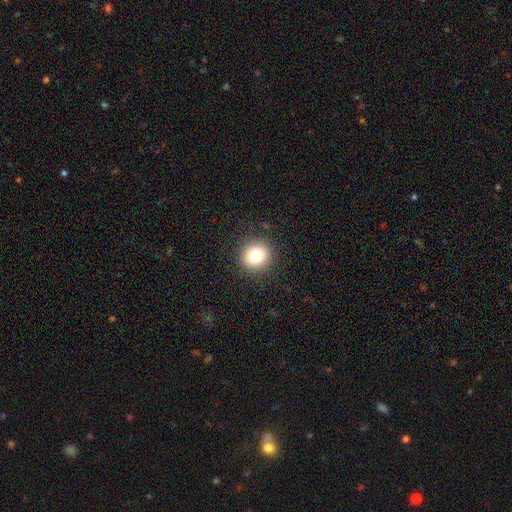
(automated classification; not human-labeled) smooth_or_featured: smooth (p=0.79) [alt: star or artifact p=0.12]
how_rounded: round (p=0.88) [alt: in between p=0.11]
merging: none (p=0.90) [alt: minor disturbance p=0.07]